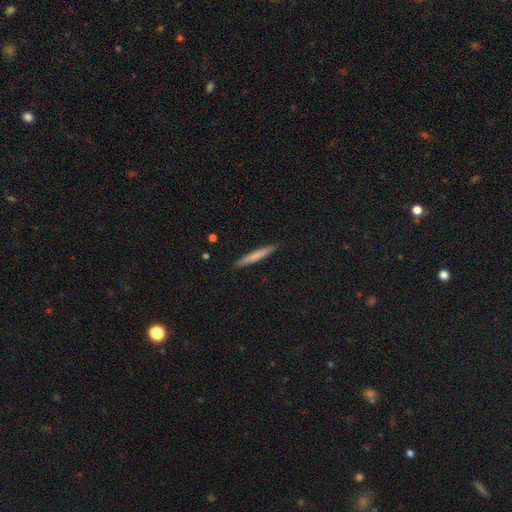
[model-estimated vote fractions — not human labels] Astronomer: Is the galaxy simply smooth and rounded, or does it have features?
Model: smooth — 70%.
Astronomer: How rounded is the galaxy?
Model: cigar-shaped — 96%.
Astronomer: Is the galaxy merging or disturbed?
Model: none — 91%.